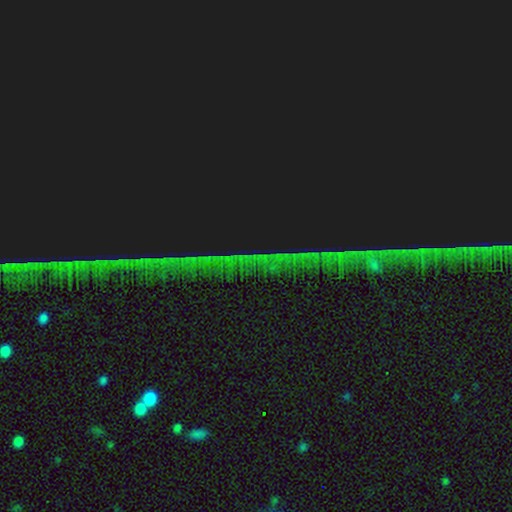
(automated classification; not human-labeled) The model was most divided on "smooth or featured": star or artifact: 85%, featured or disk: 8%, smooth: 7%.